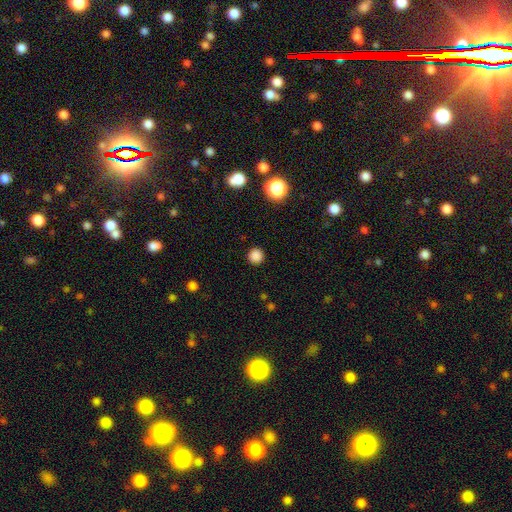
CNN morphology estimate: Smooth or featured?
  - smooth: 84% *
  - star or artifact: 13%
  - featured or disk: 3%
How rounded?
  - round: 95% *
  - in between: 4%
  - cigar-shaped: 1%
Merging?
  - none: 92% *
  - minor disturbance: 5%
  - major disturbance: 2%
  - merger: 1%